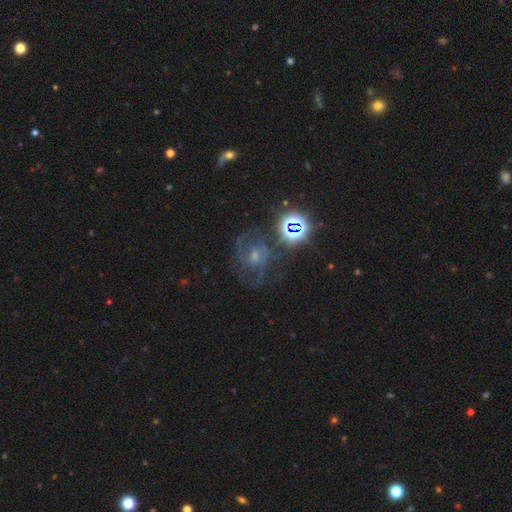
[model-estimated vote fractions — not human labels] This is possibly a featured or disk galaxy (56%). It is clearly not viewed edge-on (97%). Bar: possibly no (53%). Spiral arm pattern: likely yes (78%). Central bulge: marginally moderate (44%). Merging: possibly none (53%).